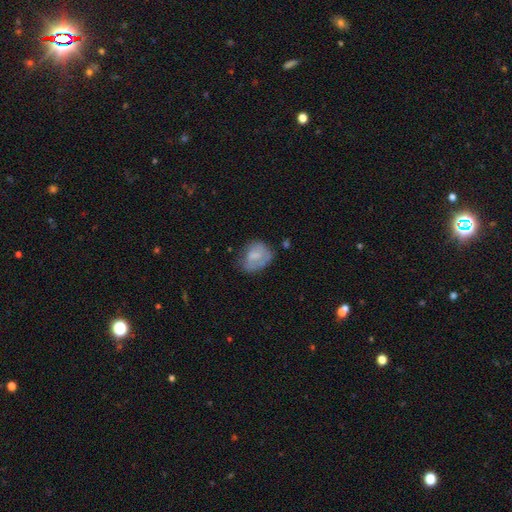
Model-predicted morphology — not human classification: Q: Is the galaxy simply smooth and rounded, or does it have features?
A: smooth — 62%.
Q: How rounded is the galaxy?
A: in between — 57%.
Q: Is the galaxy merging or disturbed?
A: none — 46%.